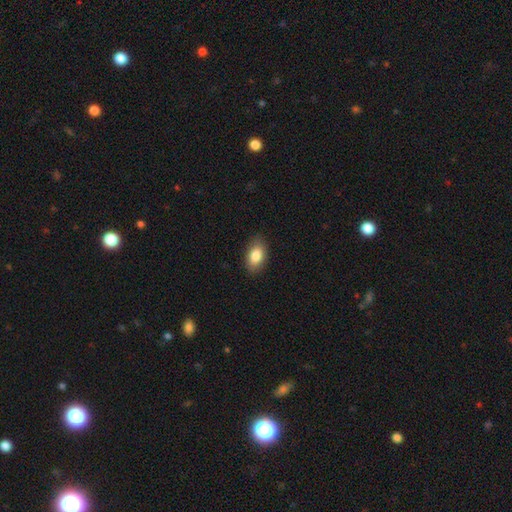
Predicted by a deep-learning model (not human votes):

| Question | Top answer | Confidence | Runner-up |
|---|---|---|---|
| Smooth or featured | smooth | 85% | featured or disk (8%) |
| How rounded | in between | 91% | round (7%) |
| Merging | none | 86% | minor disturbance (11%) |